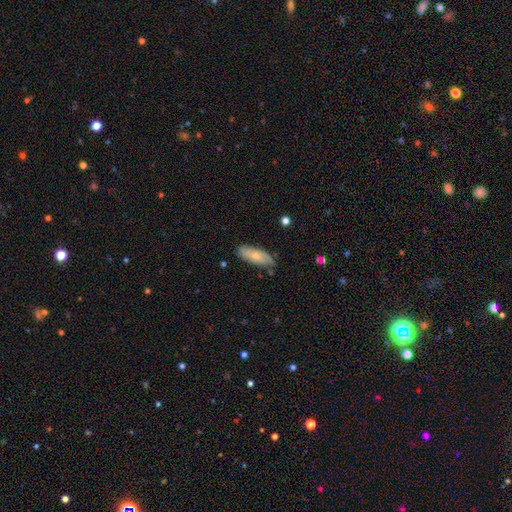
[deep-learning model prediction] Smooth or featured? Predicted: smooth (p=0.66). How rounded? Predicted: in between (p=0.69). Merging? Predicted: none (p=0.71).